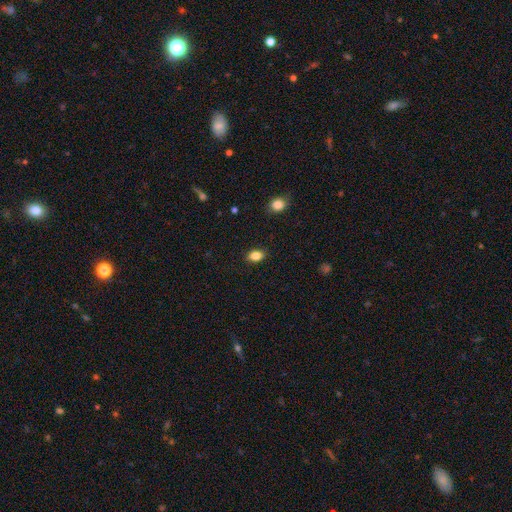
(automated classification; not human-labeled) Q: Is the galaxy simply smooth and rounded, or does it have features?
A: smooth — 85%.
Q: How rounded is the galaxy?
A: in between — 81%.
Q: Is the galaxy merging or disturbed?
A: none — 87%.